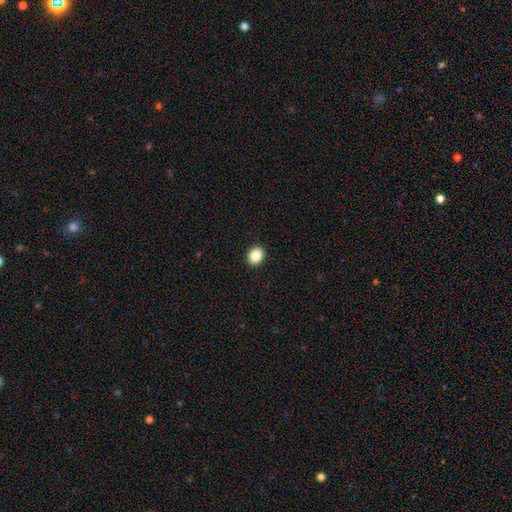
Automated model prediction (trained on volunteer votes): smooth-or-featured: smooth: 87% | star or artifact: 9% | featured or disk: 4%
  how-rounded: round: 56% | in between: 43% | cigar-shaped: 1%
  merging: none: 92% | minor disturbance: 5% | major disturbance: 2% | merger: 1%